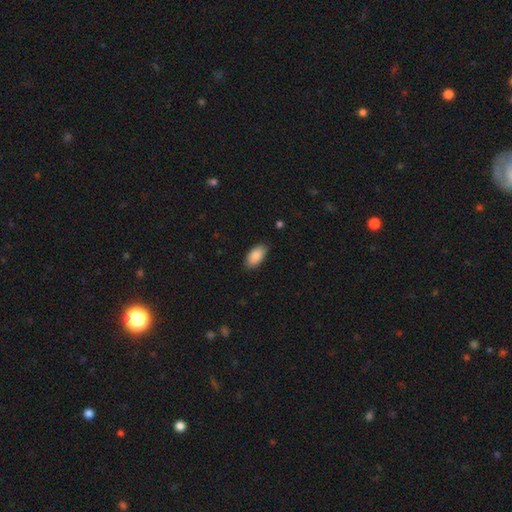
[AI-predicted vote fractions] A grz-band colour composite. It shows a smooth galaxy with no disk features (88%) that is in between round and cigar-shaped (94%). Merging: none (84%).